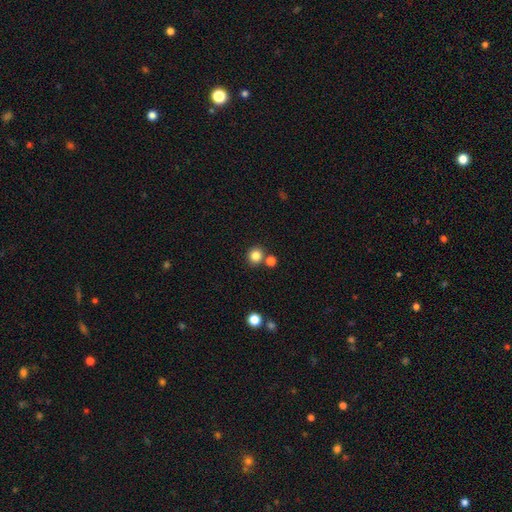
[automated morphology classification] Q: Smooth or featured?
A: smooth (83%); runner-up: star or artifact (12%)
Q: How rounded?
A: round (89%); runner-up: in between (10%)
Q: Merging?
A: none (76%); runner-up: merger (14%)